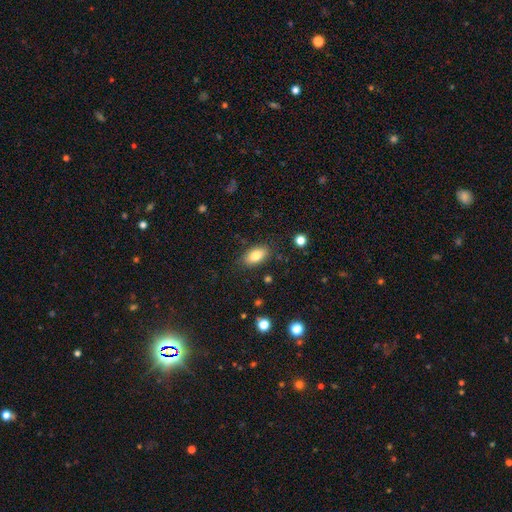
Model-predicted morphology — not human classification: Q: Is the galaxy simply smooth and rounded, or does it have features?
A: smooth — 82%.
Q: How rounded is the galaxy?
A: in between — 90%.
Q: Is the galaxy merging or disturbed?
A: none — 84%.